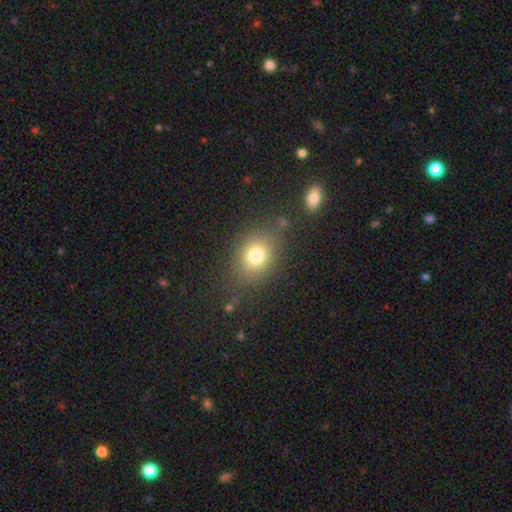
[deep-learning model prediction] Q: Smooth or featured?
A: smooth (77%); runner-up: star or artifact (13%)
Q: How rounded?
A: round (50%); runner-up: in between (49%)
Q: Merging?
A: none (78%); runner-up: minor disturbance (12%)